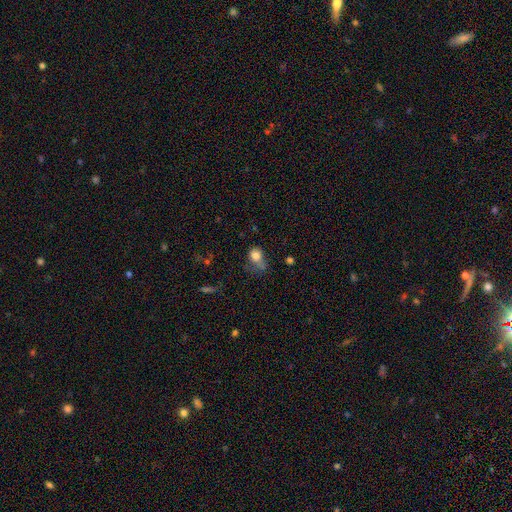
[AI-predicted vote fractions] smooth_or_featured: smooth (p=0.77) [alt: featured or disk p=0.12]
how_rounded: round (p=0.53) [alt: in between p=0.45]
merging: none (p=0.33) [alt: minor disturbance p=0.31]